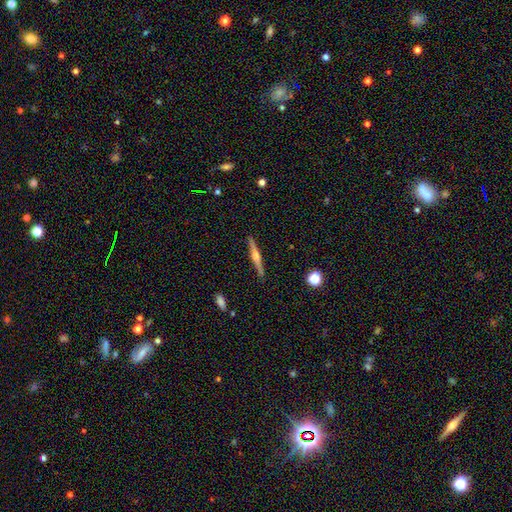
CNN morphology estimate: Overall: featured or disk (74%). Edge-on disk: yes (98%). Edge-on bulge: rounded (85%). Merging: none (91%).